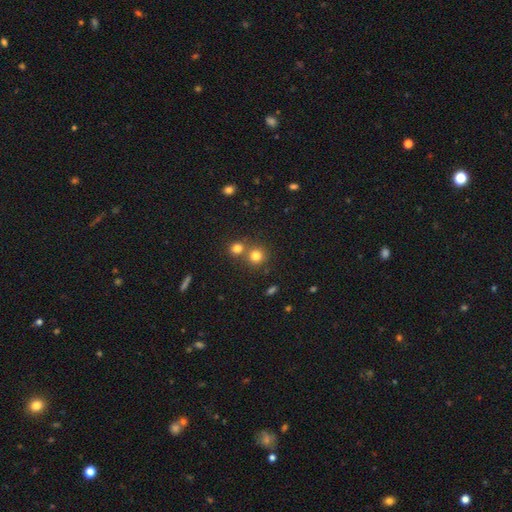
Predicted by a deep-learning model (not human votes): Q: Smooth or featured?
A: smooth (78%); runner-up: star or artifact (15%)
Q: How rounded?
A: round (88%); runner-up: in between (11%)
Q: Merging?
A: none (61%); runner-up: merger (29%)